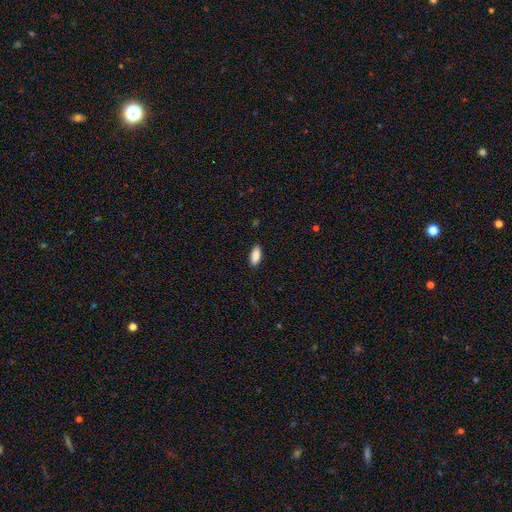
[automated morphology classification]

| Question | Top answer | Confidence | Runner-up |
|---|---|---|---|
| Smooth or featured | smooth | 89% | star or artifact (6%) |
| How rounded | in between | 85% | cigar-shaped (13%) |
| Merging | none | 88% | minor disturbance (9%) |